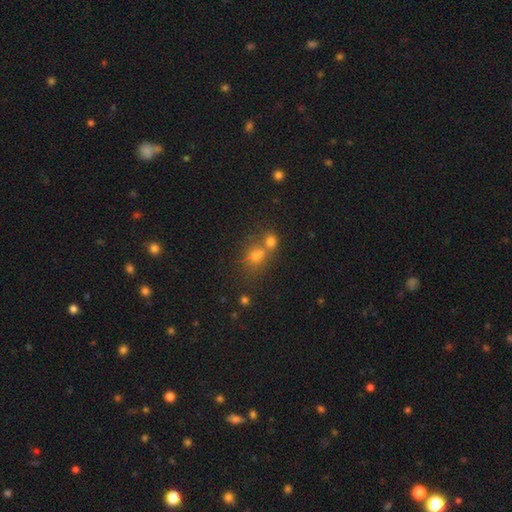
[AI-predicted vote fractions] A smooth galaxy with no disk features (71%) that is round (59%).

Vote fractions:
- Smooth or featured? smooth: 71% / star or artifact: 17% / featured or disk: 12%
- How rounded? round: 59% / in between: 39% / cigar-shaped: 2%
- Merging? merger: 47% / none: 38% / minor disturbance: 10% / major disturbance: 6%